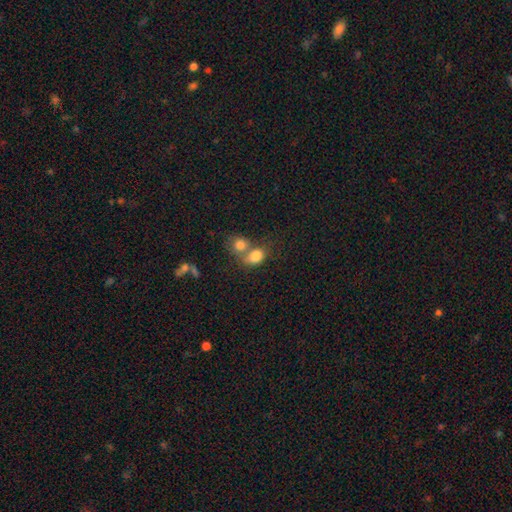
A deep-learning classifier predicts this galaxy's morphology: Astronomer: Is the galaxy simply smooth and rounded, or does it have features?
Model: smooth — 80%.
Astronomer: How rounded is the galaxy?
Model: in between — 55% (runner-up: round, 43%).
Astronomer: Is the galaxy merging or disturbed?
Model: merger — 62%.